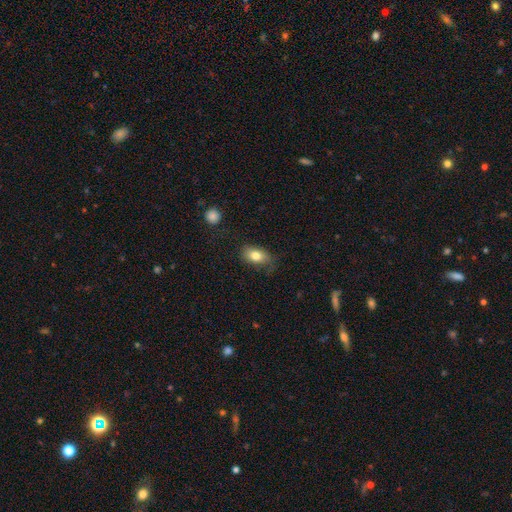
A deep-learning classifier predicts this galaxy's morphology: The model was most divided on "merging": none: 68%, minor disturbance: 23%, major disturbance: 8%, merger: 2%. More confident: how rounded — in between (86%); smooth or featured — smooth (79%).